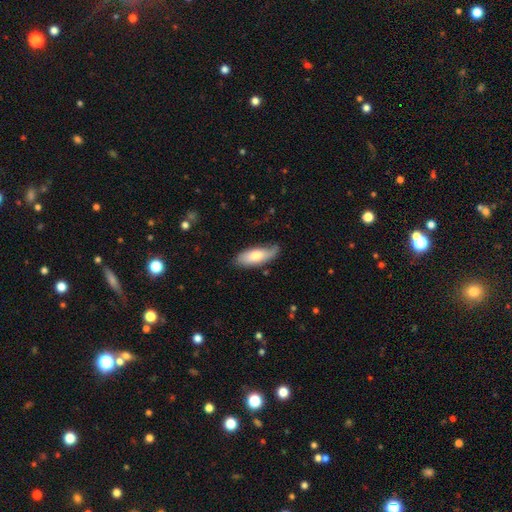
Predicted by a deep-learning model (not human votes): This is likely a smooth galaxy (68%). How rounded: likely in between (76%). Merging: likely none (65%).